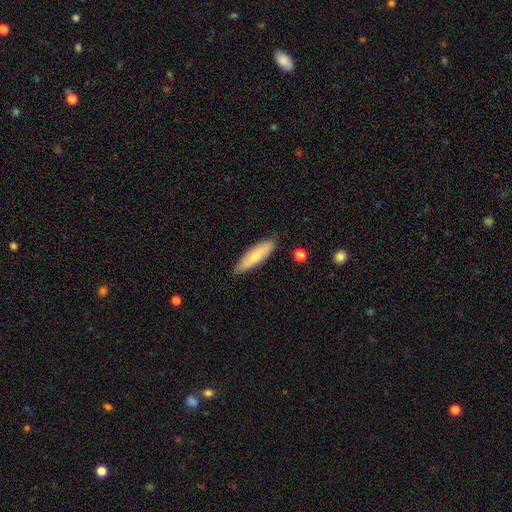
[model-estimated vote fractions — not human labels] This appears to be a smooth galaxy with no disk features (75%) that is cigar-shaped (69%). Merging: none (85%).